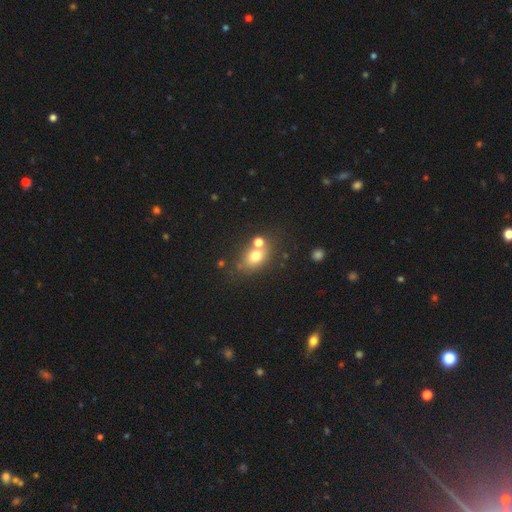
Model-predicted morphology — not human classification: This appears to be a smooth galaxy with no disk features (71%) that is in between round and cigar-shaped (57%). Merging: none (56%).